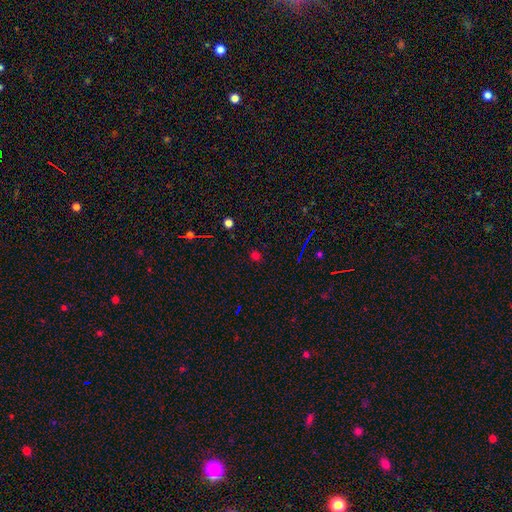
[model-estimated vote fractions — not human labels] Smooth or featured?
  - smooth: 62% *
  - star or artifact: 32%
  - featured or disk: 6%
How rounded?
  - round: 84% *
  - in between: 15%
  - cigar-shaped: 1%
Merging?
  - none: 87% *
  - minor disturbance: 9%
  - major disturbance: 3%
  - merger: 2%